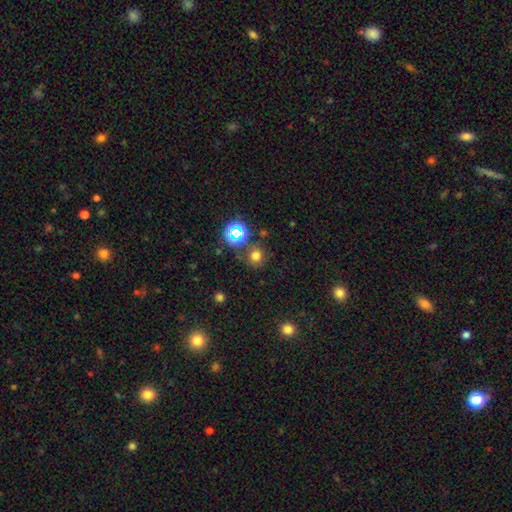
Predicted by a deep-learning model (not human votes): Q: Smooth or featured?
A: smooth (68%); runner-up: star or artifact (26%)
Q: How rounded?
A: round (88%); runner-up: in between (11%)
Q: Merging?
A: none (81%); runner-up: minor disturbance (9%)